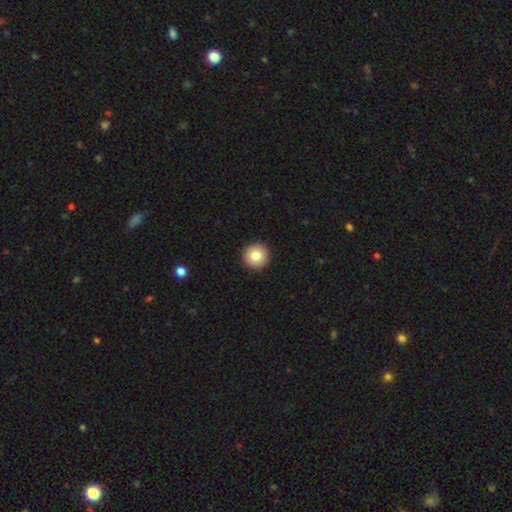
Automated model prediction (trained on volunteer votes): Smooth or featured? smooth (82%)
How rounded? round (96%)
Merging? none (93%)